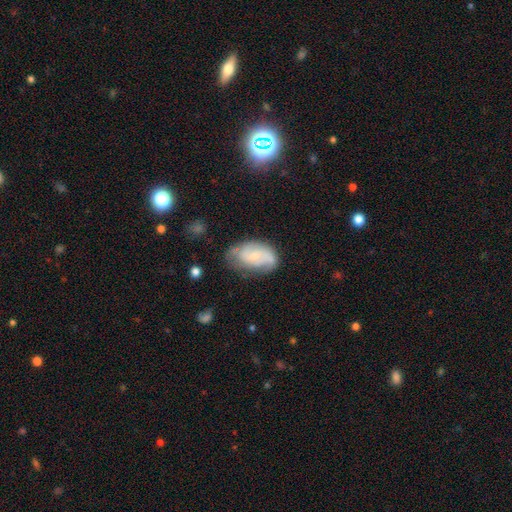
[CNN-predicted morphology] Q: Smooth or featured?
A: featured or disk (54%); runner-up: smooth (38%)
Q: Edge-on disk?
A: no (95%); runner-up: yes (5%)
Q: Bar?
A: no (59%); runner-up: weak (34%)
Q: Spiral arms?
A: yes (81%); runner-up: no (19%)
Q: Bulge size?
A: small (62%); runner-up: moderate (22%)
Q: Merging?
A: none (56%); runner-up: minor disturbance (30%)